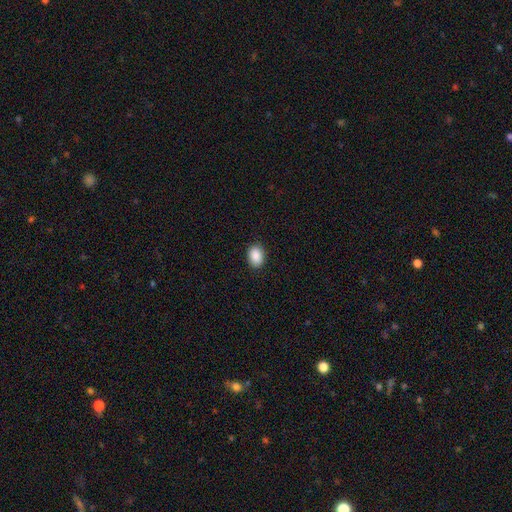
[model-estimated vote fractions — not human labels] Smooth or featured?
  - smooth: 90% *
  - star or artifact: 7%
  - featured or disk: 3%
How rounded?
  - in between: 76% *
  - round: 23%
  - cigar-shaped: 1%
Merging?
  - none: 88% *
  - minor disturbance: 9%
  - major disturbance: 2%
  - merger: 1%